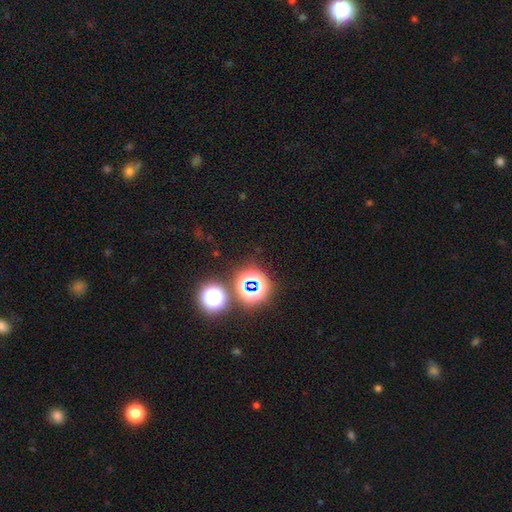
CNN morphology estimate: smooth_or_featured: star or artifact (p=0.76) [alt: smooth p=0.16]